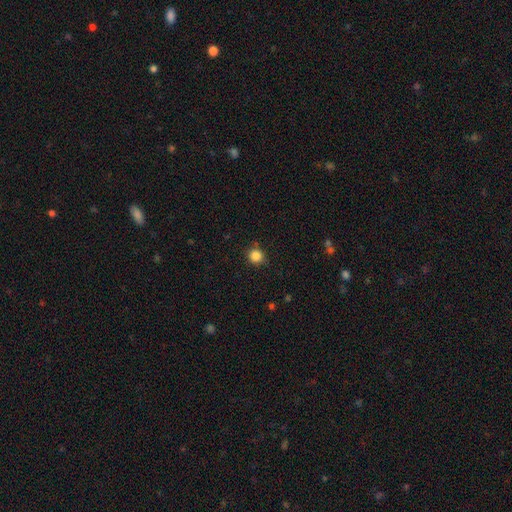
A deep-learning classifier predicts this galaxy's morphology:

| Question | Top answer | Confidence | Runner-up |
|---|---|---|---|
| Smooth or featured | smooth | 86% | star or artifact (11%) |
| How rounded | round | 89% | in between (10%) |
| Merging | none | 85% | minor disturbance (11%) |